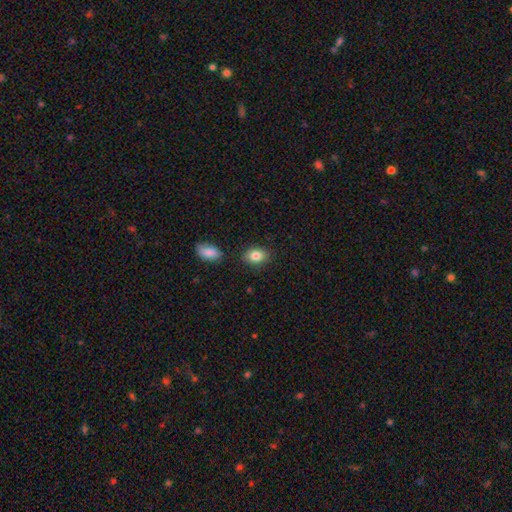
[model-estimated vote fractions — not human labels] Q: Smooth or featured?
A: smooth (84%); runner-up: star or artifact (8%)
Q: How rounded?
A: in between (76%); runner-up: round (23%)
Q: Merging?
A: none (83%); runner-up: minor disturbance (11%)